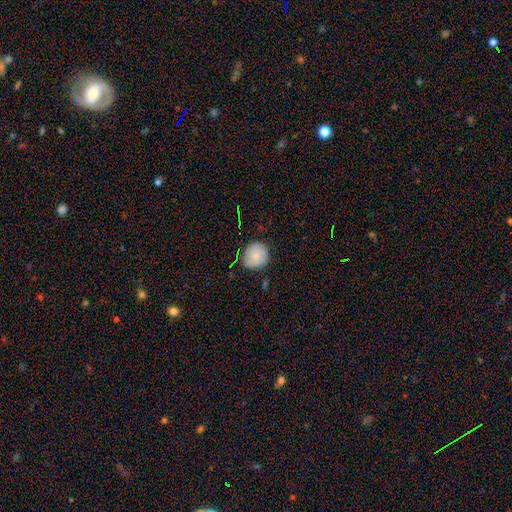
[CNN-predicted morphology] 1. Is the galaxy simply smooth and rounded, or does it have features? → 79% smooth, 14% featured or disk, 7% star or artifact.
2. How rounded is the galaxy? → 80% round, 19% in between, 1% cigar-shaped.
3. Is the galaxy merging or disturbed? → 68% none, 27% minor disturbance, 4% major disturbance, 2% merger.